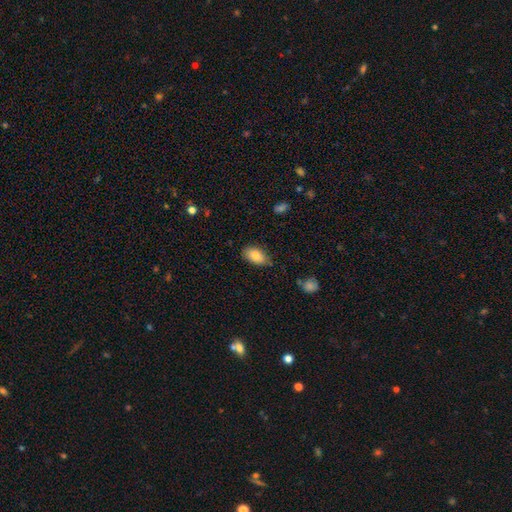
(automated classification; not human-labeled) smooth-or-featured: smooth: 84% | featured or disk: 8% | star or artifact: 7%
  how-rounded: in between: 93% | round: 4% | cigar-shaped: 3%
  merging: none: 77% | minor disturbance: 18% | major disturbance: 3% | merger: 2%